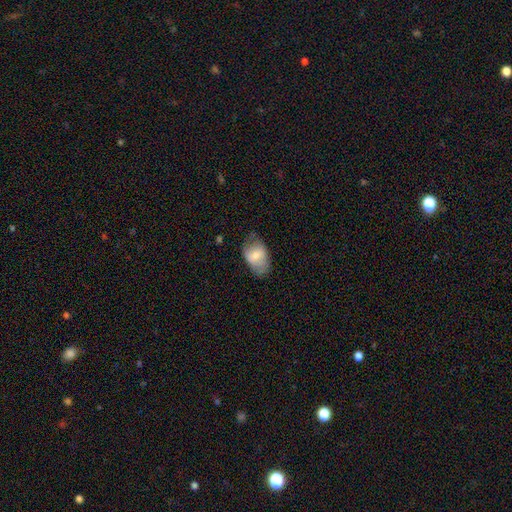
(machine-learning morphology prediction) A smooth galaxy with no disk features (66%) that is in between round and cigar-shaped (88%). Merging: none (62%).